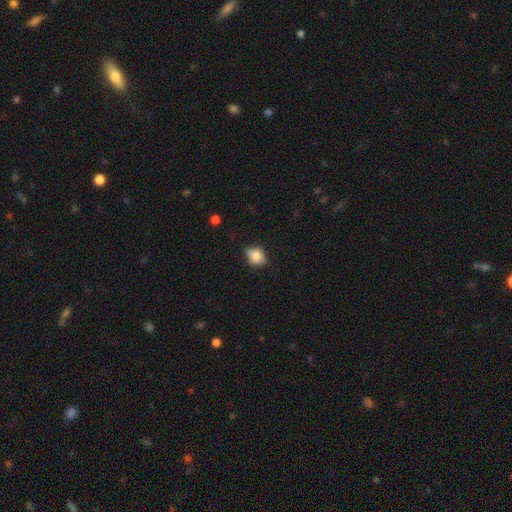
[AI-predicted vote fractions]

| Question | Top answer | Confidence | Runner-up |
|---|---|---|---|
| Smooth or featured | smooth | 73% | featured or disk (17%) |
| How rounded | in between | 54% | round (44%) |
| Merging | none | 73% | minor disturbance (21%) |